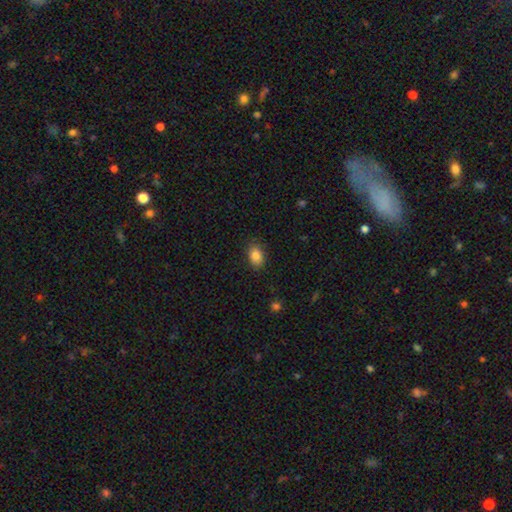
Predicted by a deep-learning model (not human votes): This is clearly a smooth galaxy (85%). How rounded: clearly in between (83%). Merging: clearly none (85%).